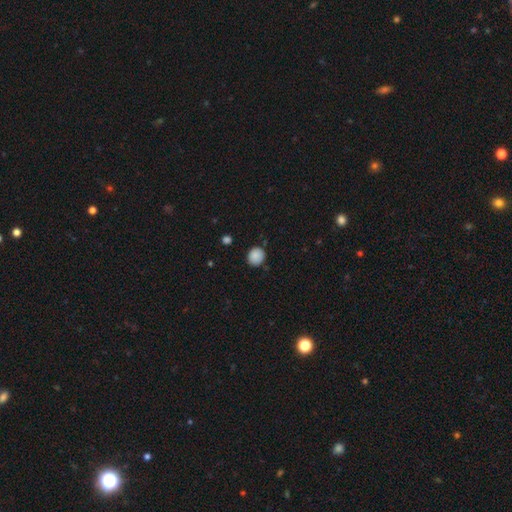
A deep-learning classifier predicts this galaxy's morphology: Smooth or featured? smooth (88%)
How rounded? round (85%)
Merging? none (84%)